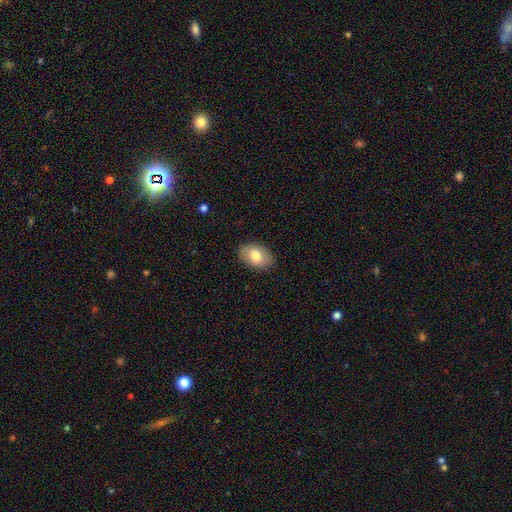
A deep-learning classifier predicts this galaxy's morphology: The model was most divided on "smooth or featured": smooth: 78%, featured or disk: 16%, star or artifact: 7%. More confident: merging — none (87%); how rounded — in between (85%).